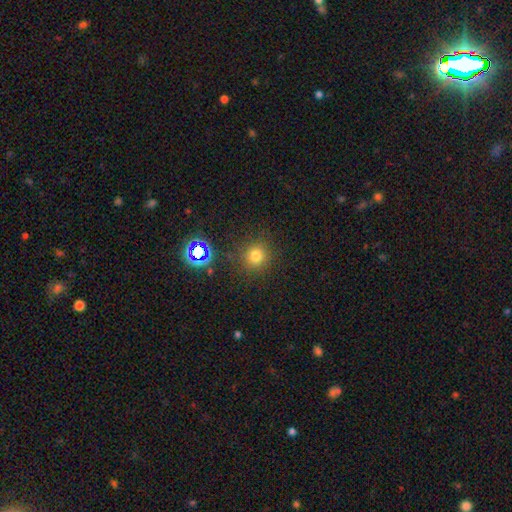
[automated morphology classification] Smooth or featured: smooth — 73% (star or artifact — 21%)
How rounded: round — 92% (in between — 7%)
Merging: none — 86% (minor disturbance — 8%)